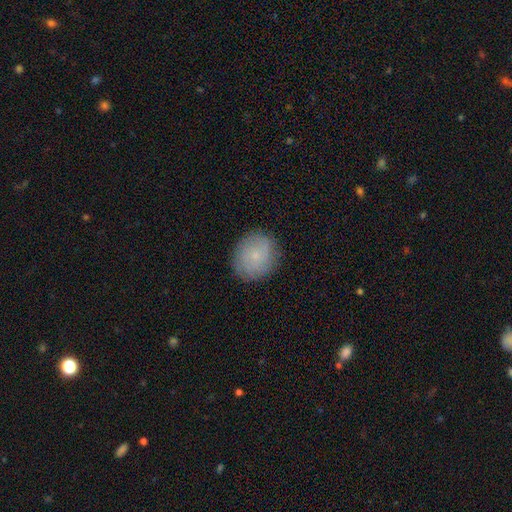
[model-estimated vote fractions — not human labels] Morphology: type=smooth (57%); roundness=round (81%); merging=none (85%).